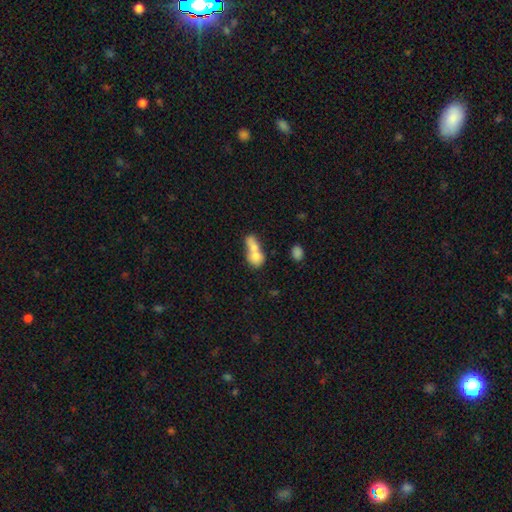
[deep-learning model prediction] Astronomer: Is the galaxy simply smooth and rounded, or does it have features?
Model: smooth — 65%.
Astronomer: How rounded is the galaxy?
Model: in between — 52% (runner-up: round, 39%).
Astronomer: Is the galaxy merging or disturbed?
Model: merger — 65%.